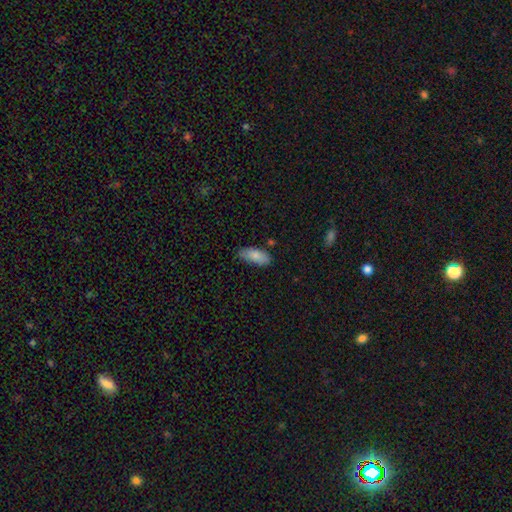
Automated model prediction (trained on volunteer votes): A smooth galaxy with no disk features (85%) that is in between round and cigar-shaped (86%). Merging: none (72%).